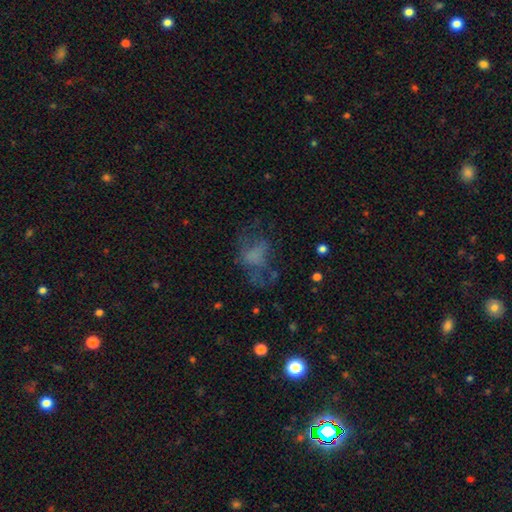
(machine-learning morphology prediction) smooth_or_featured: smooth (p=0.46) [alt: featured or disk p=0.35]
merging: none (p=0.41) [alt: major disturbance p=0.36]